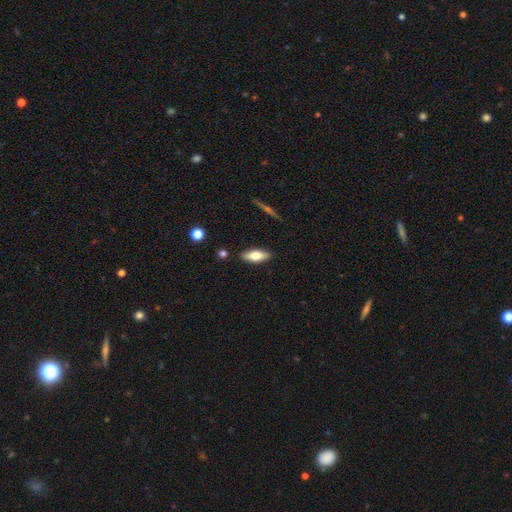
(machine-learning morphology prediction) A smooth galaxy with no disk features (67%) that is in between round and cigar-shaped (70%).

Vote fractions:
- Smooth or featured? smooth: 67% / featured or disk: 27% / star or artifact: 7%
- How rounded? in between: 70% / cigar-shaped: 28% / round: 3%
- Merging? none: 87% / minor disturbance: 9% / merger: 2% / major disturbance: 2%